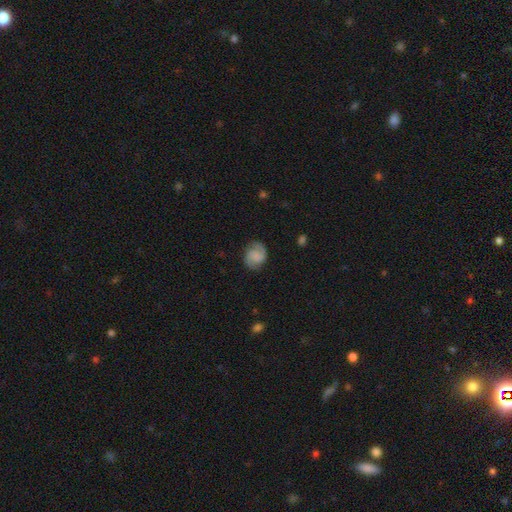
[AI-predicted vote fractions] This appears to be a featured or disk galaxy (66%) with no bar (55%), 2 (89%) medium (47%) spiral arms (95%) and no central bulge (58%). Merging: none (80%).